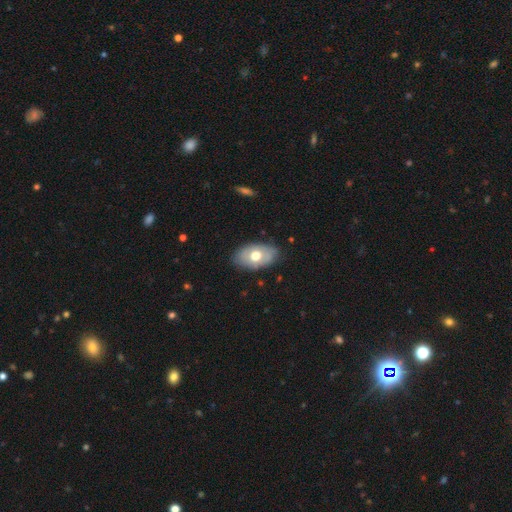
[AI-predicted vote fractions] Overall: smooth (59%; featured or disk 35%). How rounded: in between (91%). Merging: none (79%).